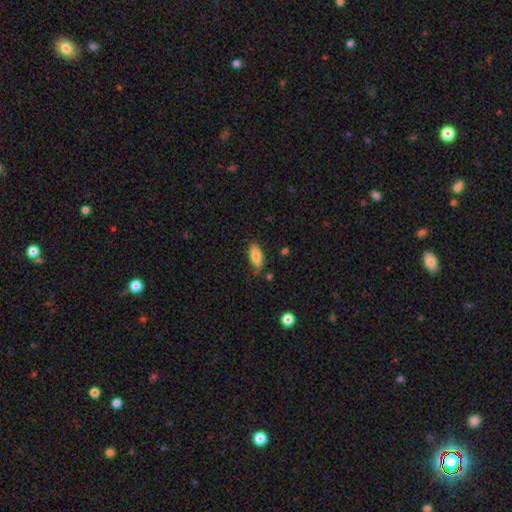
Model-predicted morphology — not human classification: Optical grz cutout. It shows a smooth galaxy with no disk features (83%) that is in between round and cigar-shaped (76%). Merging: none (75%).